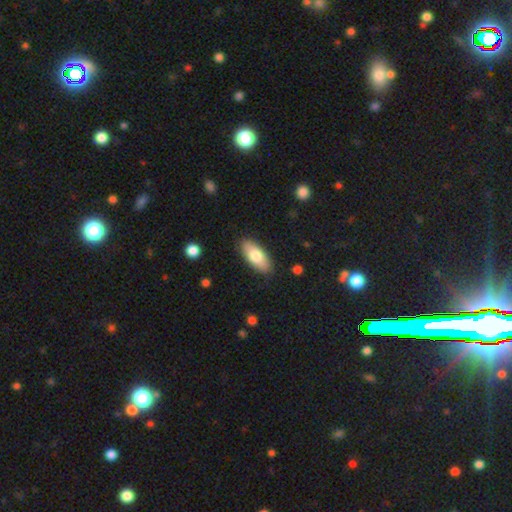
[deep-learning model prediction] Q: Smooth or featured?
A: smooth (78%); runner-up: featured or disk (16%)
Q: How rounded?
A: in between (87%); runner-up: cigar-shaped (11%)
Q: Merging?
A: none (87%); runner-up: minor disturbance (10%)